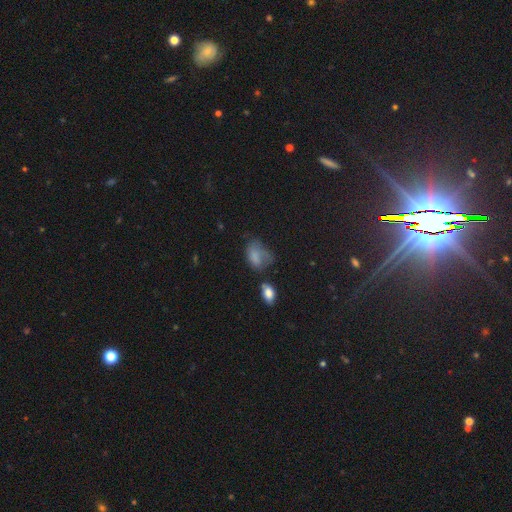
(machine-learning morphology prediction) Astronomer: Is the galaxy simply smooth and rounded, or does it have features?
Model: smooth — 73%.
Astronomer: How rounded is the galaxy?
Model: in between — 82%.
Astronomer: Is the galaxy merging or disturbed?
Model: minor disturbance — 33% (runner-up: major disturbance, 31%).